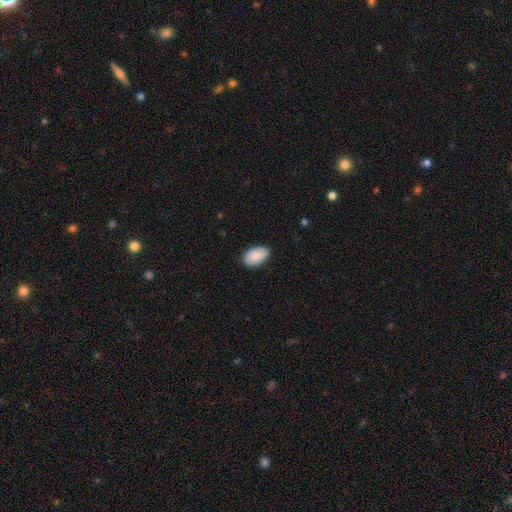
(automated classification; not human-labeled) smooth 90%, star or artifact 6%, featured or disk 4%. Down the decision tree: how rounded — in between (94%); merging — none (85%).